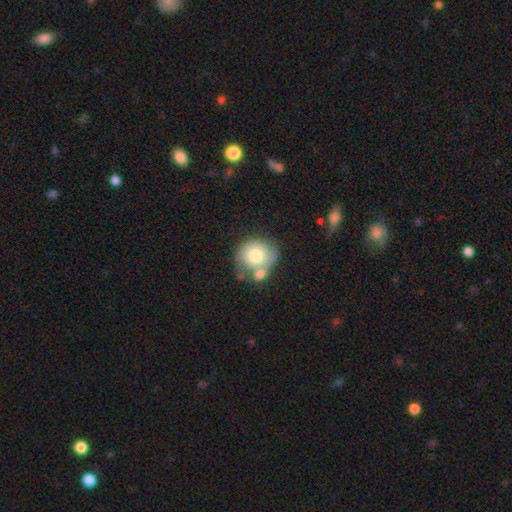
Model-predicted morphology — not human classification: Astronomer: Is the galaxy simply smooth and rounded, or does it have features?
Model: smooth — 64%.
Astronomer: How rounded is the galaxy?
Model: round — 78%.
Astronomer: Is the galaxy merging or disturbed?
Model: merger — 38% (runner-up: none, 36%).